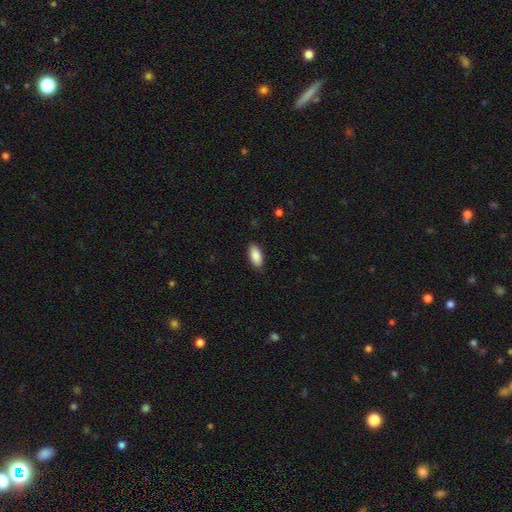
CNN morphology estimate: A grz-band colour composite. It shows a smooth galaxy with no disk features (89%) that is in between round and cigar-shaped (89%). Merging: none (83%).